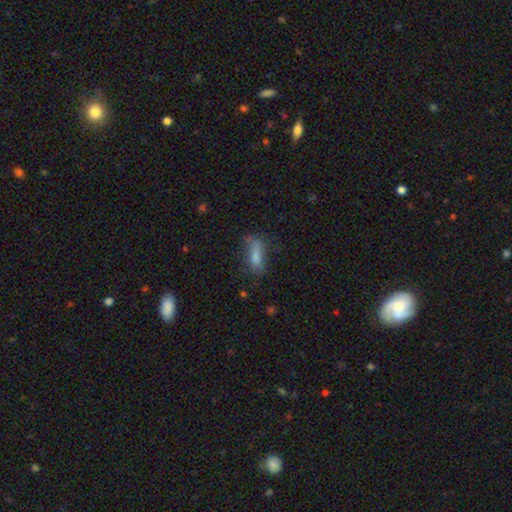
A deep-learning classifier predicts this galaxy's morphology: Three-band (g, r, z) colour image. It shows a smooth galaxy with no disk features (64%) that is in between round and cigar-shaped (55%). Merging: none (54%).